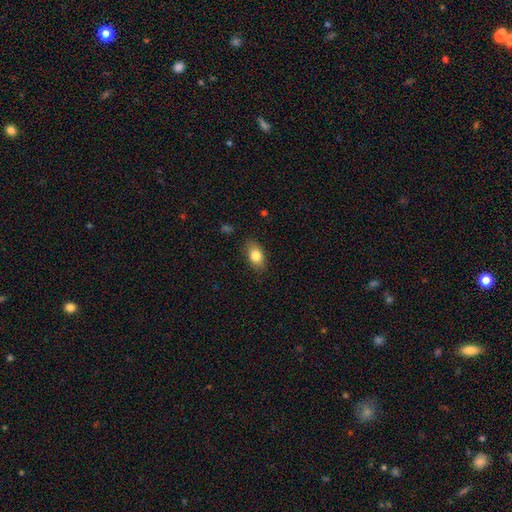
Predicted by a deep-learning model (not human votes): This is clearly a smooth galaxy (81%). How rounded: clearly in between (86%). Merging: clearly none (84%).